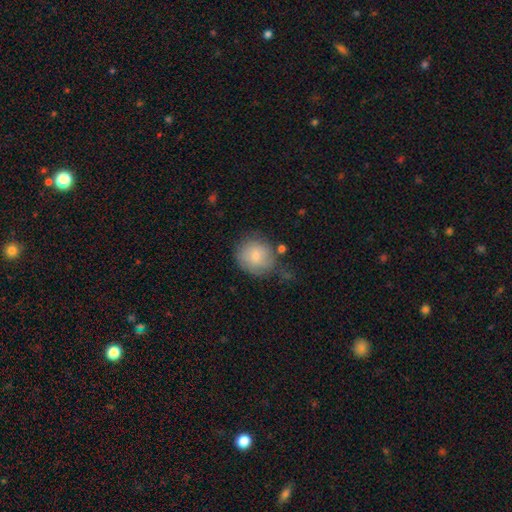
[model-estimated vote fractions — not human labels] Q: Smooth or featured?
A: smooth (76%); runner-up: featured or disk (17%)
Q: How rounded?
A: round (82%); runner-up: in between (17%)
Q: Merging?
A: none (59%); runner-up: minor disturbance (25%)